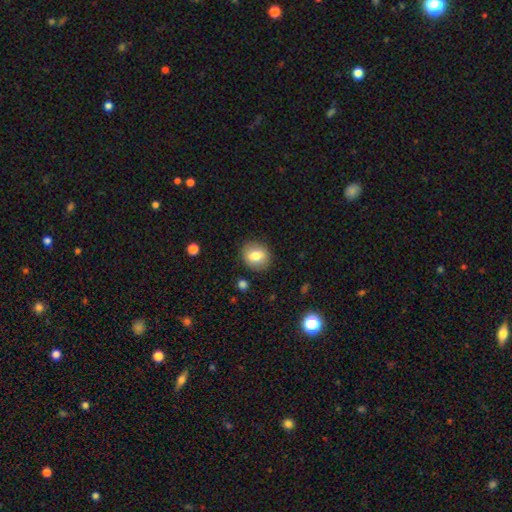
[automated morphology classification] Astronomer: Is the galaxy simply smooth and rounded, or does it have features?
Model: smooth — 76%.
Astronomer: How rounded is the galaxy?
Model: round — 74%.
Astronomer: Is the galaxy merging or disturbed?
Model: none — 87%.